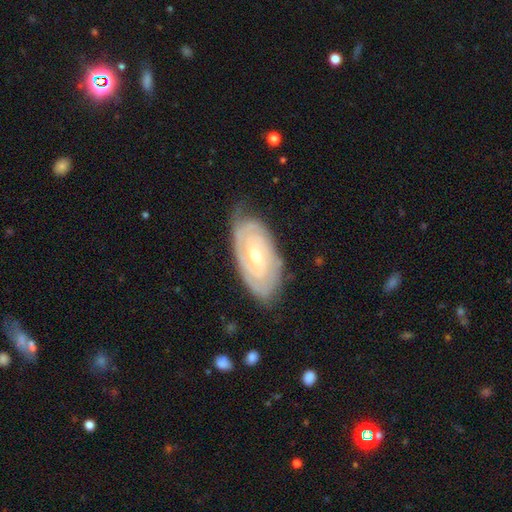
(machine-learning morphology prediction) This appears to be a featured or disk galaxy (85%) with no bar (47%), 2 (45%) tight (80%) spiral arms (96%) and a small central bulge (56%). Merging: none (73%).